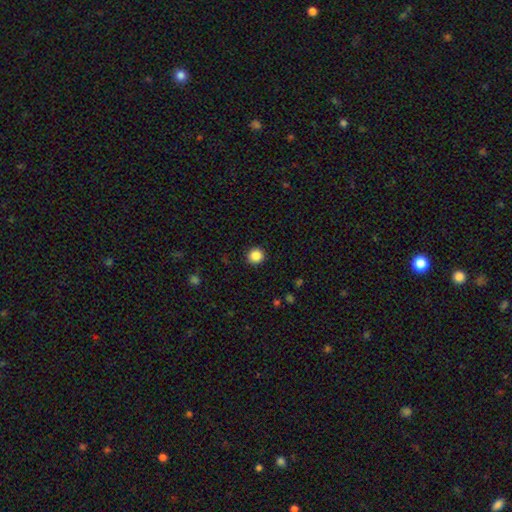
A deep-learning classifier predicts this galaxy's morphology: This is clearly a smooth galaxy (87%). How rounded: clearly round (94%). Merging: clearly none (93%).